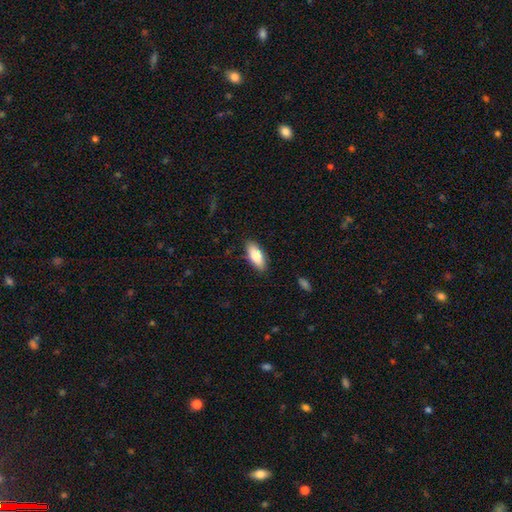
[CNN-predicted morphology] Overall: smooth (82%). How rounded: in between (78%). Merging: none (87%).